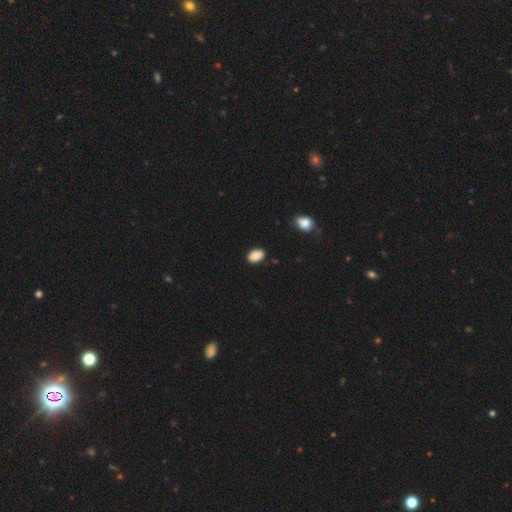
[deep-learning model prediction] Morphology: type=smooth (88%); roundness=in between (86%); merging=none (83%).